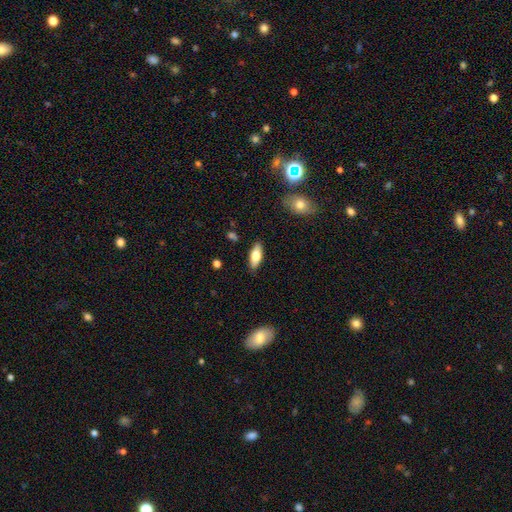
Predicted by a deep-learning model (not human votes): smooth-or-featured: smooth: 71% | featured or disk: 23% | star or artifact: 6%
  how-rounded: in between: 78% | cigar-shaped: 20% | round: 2%
  merging: none: 87% | minor disturbance: 9% | major disturbance: 2% | merger: 1%